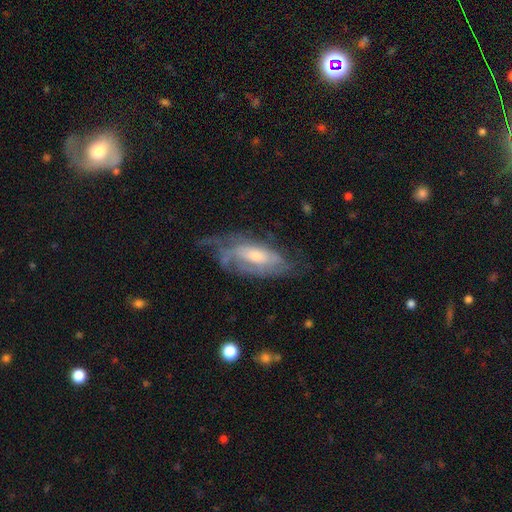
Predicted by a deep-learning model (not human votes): featured or disk 75%, smooth 19%, star or artifact 6%. Down the decision tree: edge-on disk — no (88%); bar — no (61%); spiral arms — yes (85%); spiral arm count — can't tell (49%); spiral winding — tight (48%); bulge size — moderate (50%); merging — none (50%).